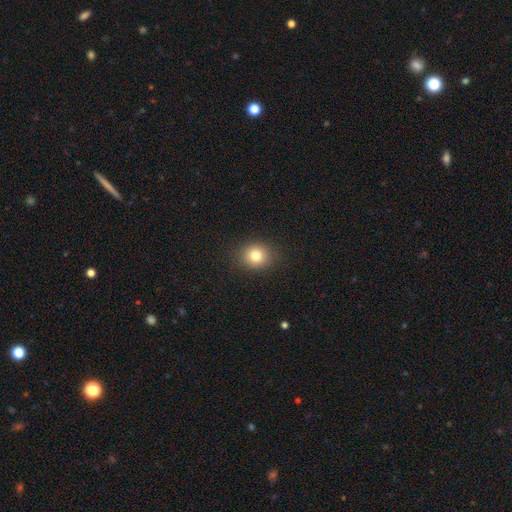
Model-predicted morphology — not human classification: A smooth galaxy with no disk features (80%) that is round (78%).

Vote fractions:
- Smooth or featured? smooth: 80% / star or artifact: 12% / featured or disk: 8%
- How rounded? round: 78% / in between: 21% / cigar-shaped: 1%
- Merging? none: 89% / minor disturbance: 7% / major disturbance: 3% / merger: 1%